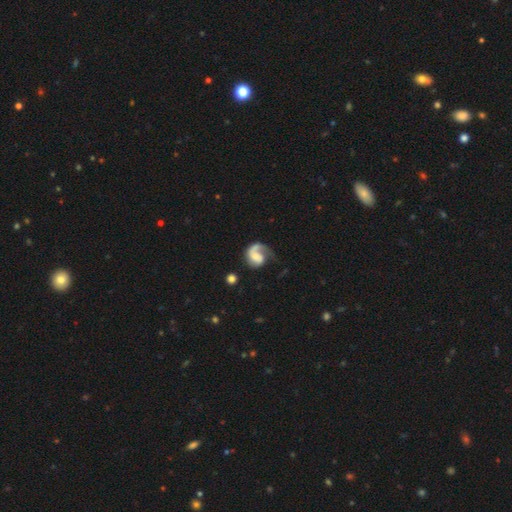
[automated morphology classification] Q: Smooth or featured?
A: featured or disk (74%); runner-up: smooth (19%)
Q: Edge-on disk?
A: no (98%); runner-up: yes (2%)
Q: Bar?
A: no (59%); runner-up: weak (33%)
Q: Spiral arms?
A: yes (93%); runner-up: no (7%)
Q: Spiral winding?
A: loose (38%); runner-up: medium (37%)
Q: Spiral arm count?
A: 1 (79%); runner-up: 2 (15%)
Q: Bulge size?
A: none (36%); runner-up: small (26%)
Q: Merging?
A: none (43%); runner-up: major disturbance (35%)